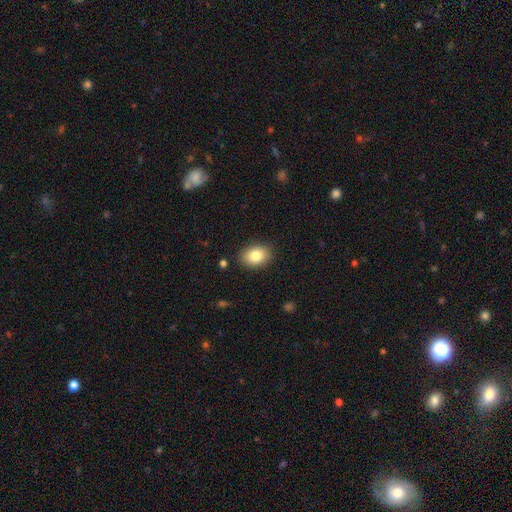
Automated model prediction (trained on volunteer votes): Smooth or featured? Predicted: smooth (p=0.83). How rounded? Predicted: in between (p=0.76). Merging? Predicted: none (p=0.88).